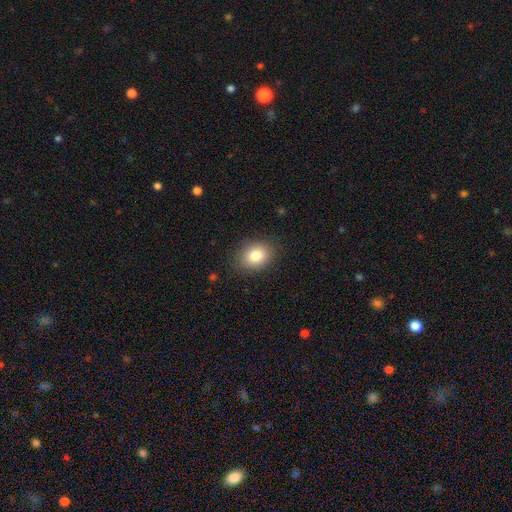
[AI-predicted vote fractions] Smooth or featured?
  - smooth: 82% *
  - star or artifact: 9%
  - featured or disk: 8%
How rounded?
  - in between: 61% *
  - round: 38%
  - cigar-shaped: 1%
Merging?
  - none: 85% *
  - minor disturbance: 11%
  - major disturbance: 3%
  - merger: 1%